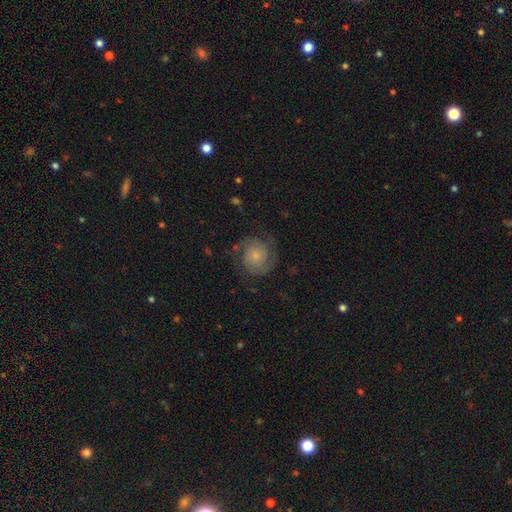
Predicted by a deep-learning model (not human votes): This appears to be a featured or disk galaxy (71%) with no bar (78%), 2 (78%) tight (48%) spiral arms (94%) and a small central bulge (66%). Merging: none (72%).